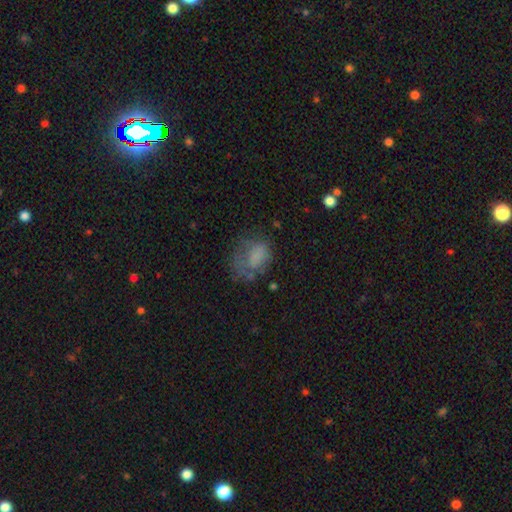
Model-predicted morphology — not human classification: A smooth galaxy with no disk features (64%) that is in between round and cigar-shaped (67%).

Vote fractions:
- Smooth or featured? smooth: 64% / featured or disk: 23% / star or artifact: 12%
- How rounded? in between: 67% / round: 31% / cigar-shaped: 1%
- Merging? none: 36% / major disturbance: 33% / minor disturbance: 27% / merger: 4%